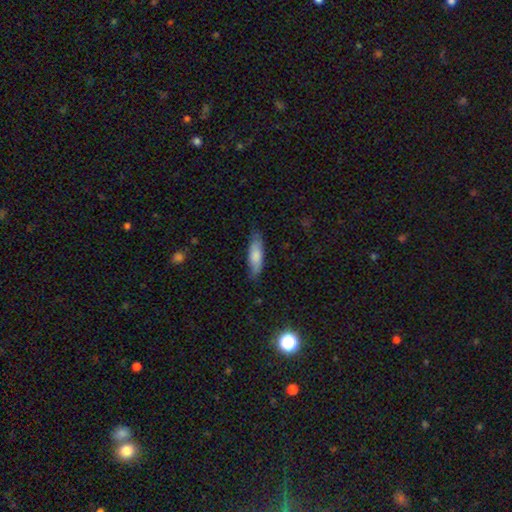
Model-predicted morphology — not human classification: The model was most divided on "how rounded": cigar-shaped: 57%, in between: 41%, round: 2%. More confident: merging — none (80%); smooth or featured — smooth (77%).